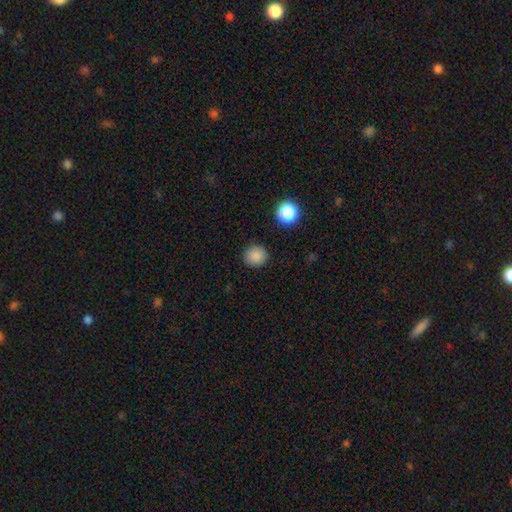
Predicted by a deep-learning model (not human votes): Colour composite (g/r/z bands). It shows a smooth galaxy with no disk features (86%) that is round (90%). Merging: none (90%).